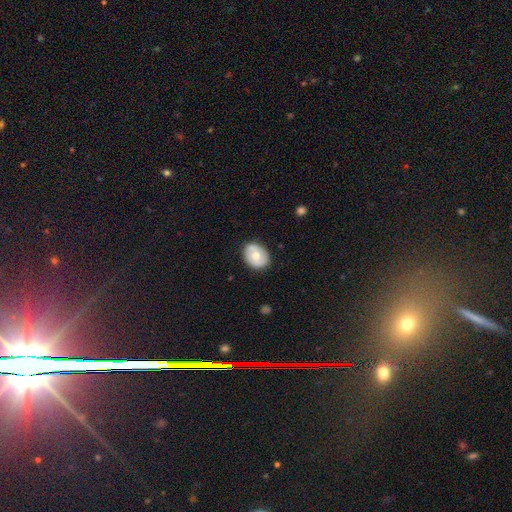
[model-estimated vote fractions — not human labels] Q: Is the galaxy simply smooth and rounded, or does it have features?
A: smooth — 59%.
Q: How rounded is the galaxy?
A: in between — 56%.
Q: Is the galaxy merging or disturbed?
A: none — 82%.